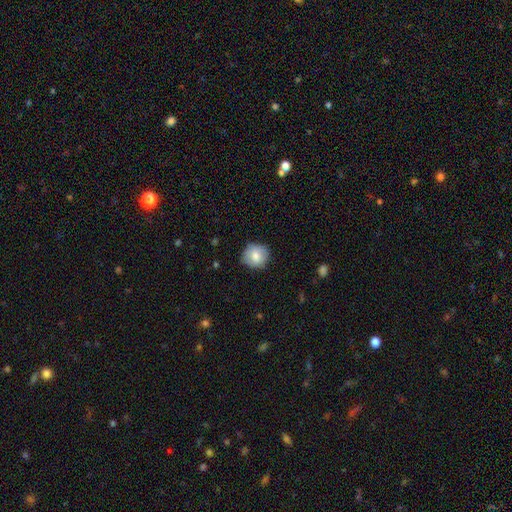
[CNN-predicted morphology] Smooth or featured?
  - smooth: 79% *
  - featured or disk: 13%
  - star or artifact: 8%
How rounded?
  - round: 84% *
  - in between: 15%
  - cigar-shaped: 1%
Merging?
  - none: 78% *
  - minor disturbance: 18%
  - major disturbance: 3%
  - merger: 1%